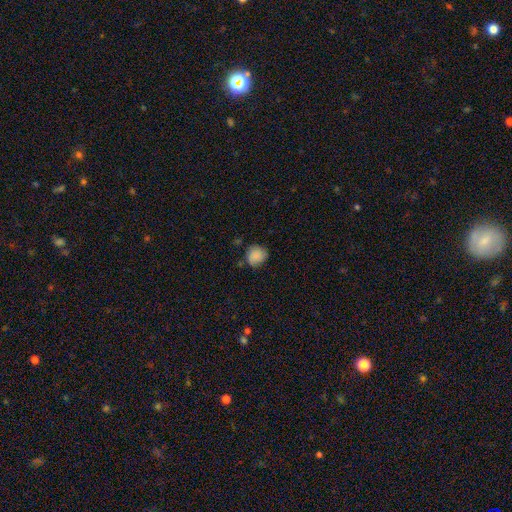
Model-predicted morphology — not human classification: This appears to be a smooth galaxy with no disk features (81%) that is round (79%). Merging: none (67%).